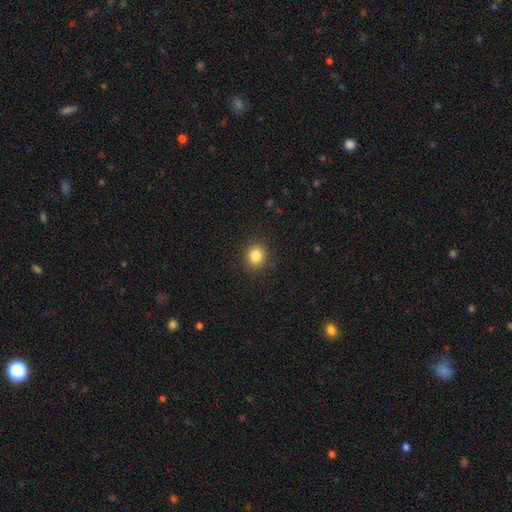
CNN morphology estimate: smooth 85%, star or artifact 11%, featured or disk 5%. Down the decision tree: how rounded — round (85%); merging — none (90%).